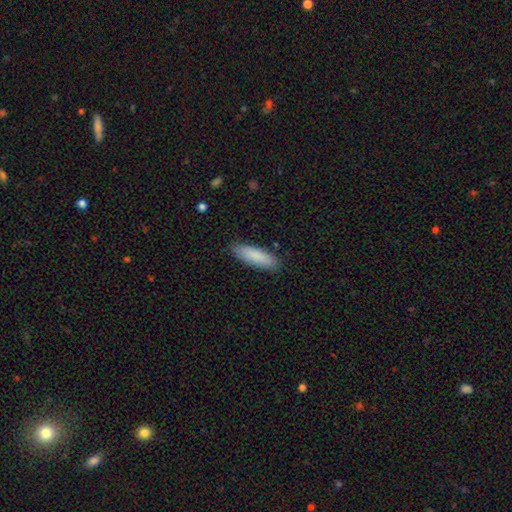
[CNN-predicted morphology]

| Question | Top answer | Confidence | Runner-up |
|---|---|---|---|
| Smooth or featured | smooth | 86% | featured or disk (8%) |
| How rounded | cigar-shaped | 51% | in between (47%) |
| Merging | none | 87% | minor disturbance (10%) |